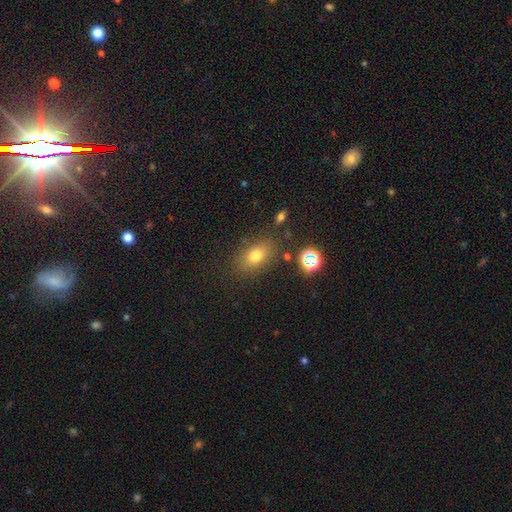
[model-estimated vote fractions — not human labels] smooth-or-featured: smooth: 72% | star or artifact: 17% | featured or disk: 11%
  how-rounded: in between: 73% | round: 24% | cigar-shaped: 3%
  merging: none: 82% | minor disturbance: 11% | major disturbance: 4% | merger: 4%